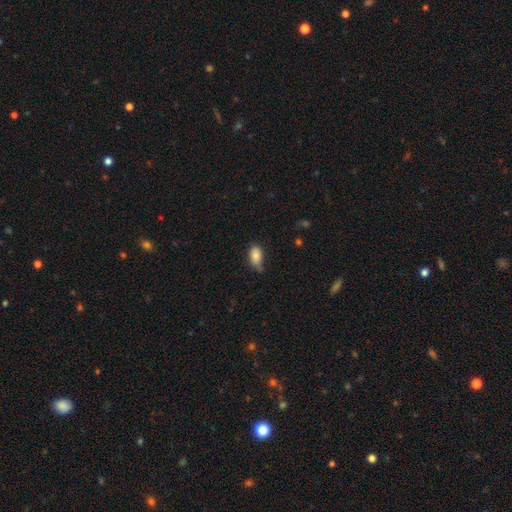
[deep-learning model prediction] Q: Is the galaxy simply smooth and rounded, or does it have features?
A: smooth — 82%.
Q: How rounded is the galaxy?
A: in between — 92%.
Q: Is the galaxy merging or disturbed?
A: none — 56%.